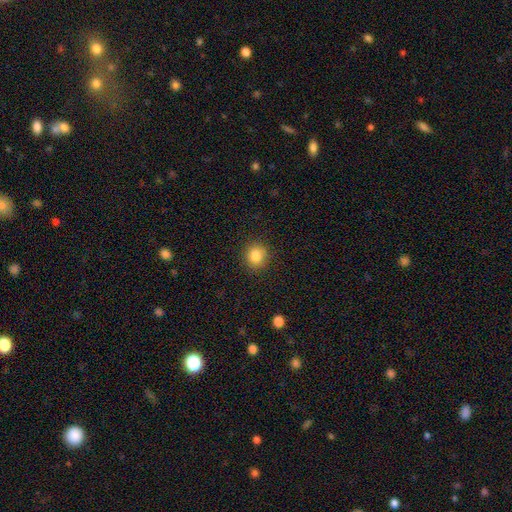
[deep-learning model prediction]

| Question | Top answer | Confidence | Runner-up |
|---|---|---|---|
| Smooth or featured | smooth | 85% | star or artifact (10%) |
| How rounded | round | 85% | in between (14%) |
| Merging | none | 88% | minor disturbance (8%) |